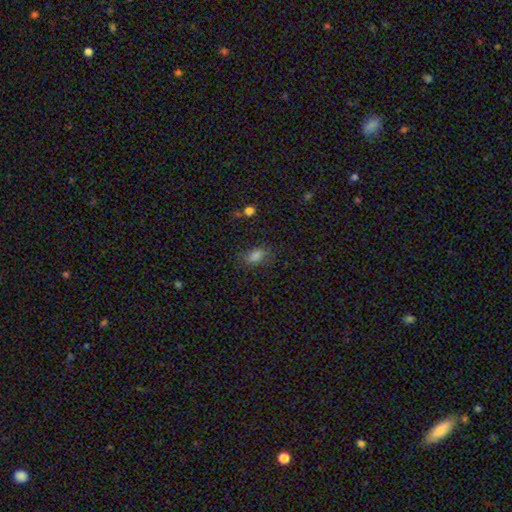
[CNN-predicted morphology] The model was most divided on "merging": none: 75%, minor disturbance: 16%, major disturbance: 6%, merger: 2%. More confident: how rounded — in between (84%); smooth or featured — smooth (77%).